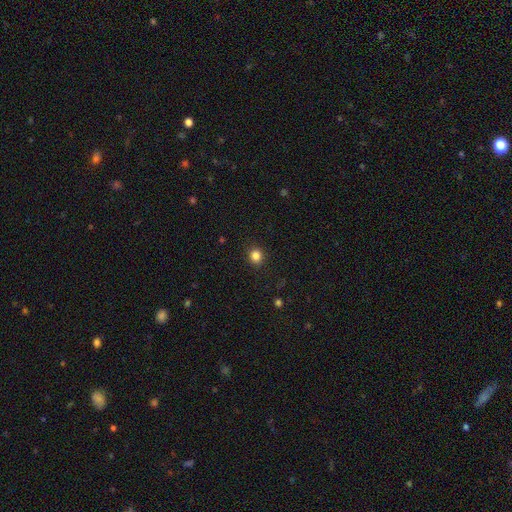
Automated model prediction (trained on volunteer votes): Smooth or featured: smooth — 84% (star or artifact — 12%)
How rounded: round — 86% (in between — 13%)
Merging: none — 91% (minor disturbance — 6%)